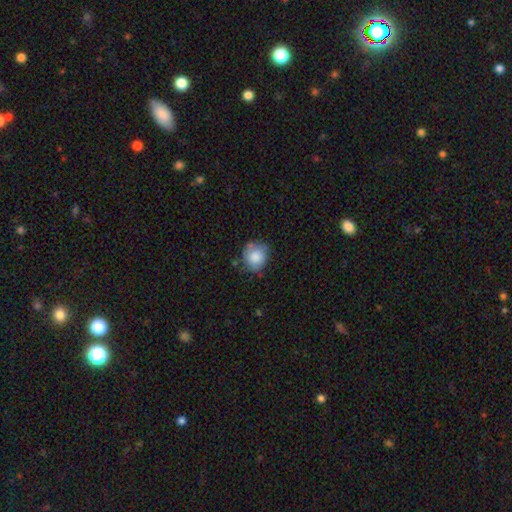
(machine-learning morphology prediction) Smooth or featured? smooth (81%)
How rounded? round (83%)
Merging? none (68%)